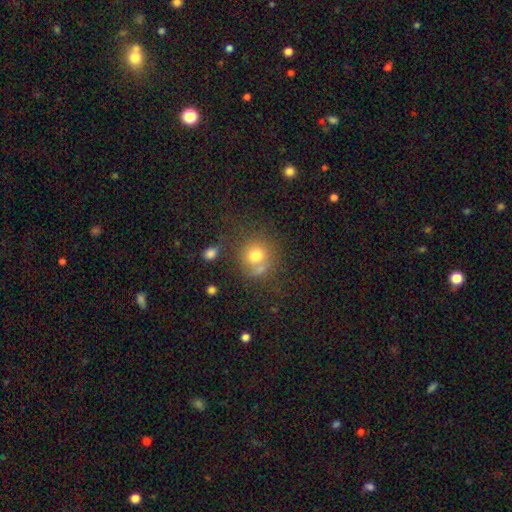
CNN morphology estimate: This is likely a smooth galaxy (74%). How rounded: clearly round (85%). Merging: possibly none (58%).